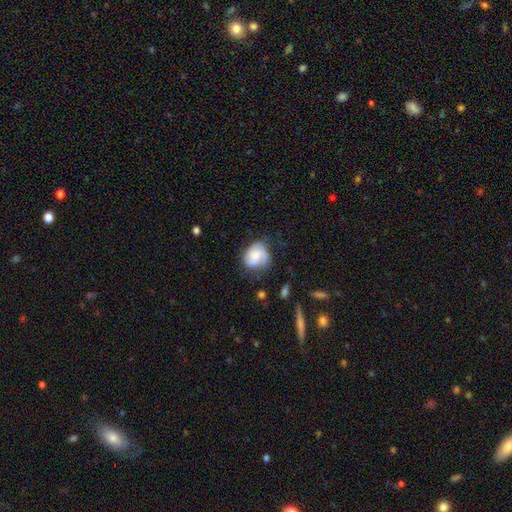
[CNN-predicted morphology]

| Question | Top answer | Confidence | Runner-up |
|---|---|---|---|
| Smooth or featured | smooth | 50% | featured or disk (42%) |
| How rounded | round | 58% | in between (41%) |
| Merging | none | 53% | minor disturbance (30%) |